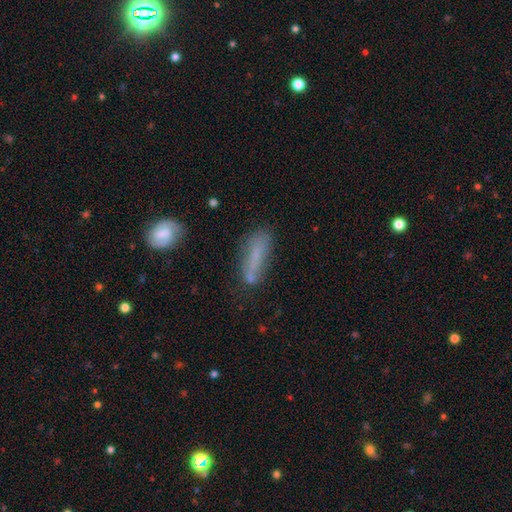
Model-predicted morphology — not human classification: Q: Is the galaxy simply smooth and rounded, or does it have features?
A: smooth — 64%.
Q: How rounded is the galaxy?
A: cigar-shaped — 62%.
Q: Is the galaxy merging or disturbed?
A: none — 56%.